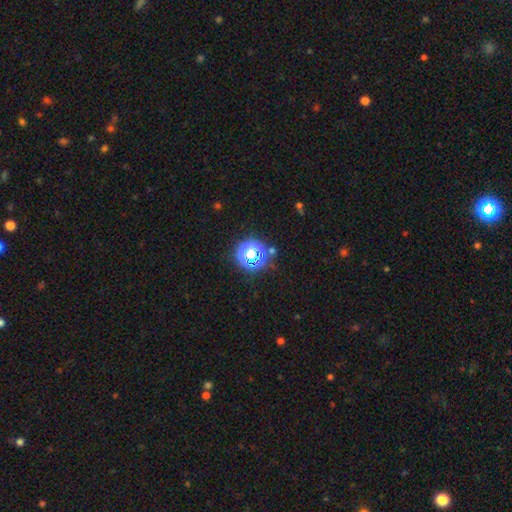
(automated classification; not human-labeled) Smooth or featured? Predicted: star or artifact (p=0.58).